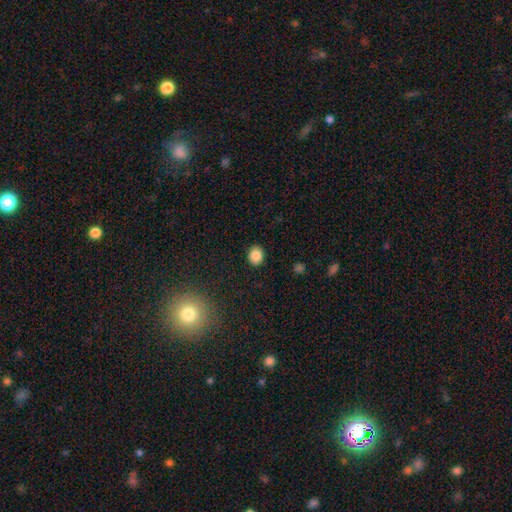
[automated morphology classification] type=smooth (85%); roundness=round (63%); merging=none (90%).